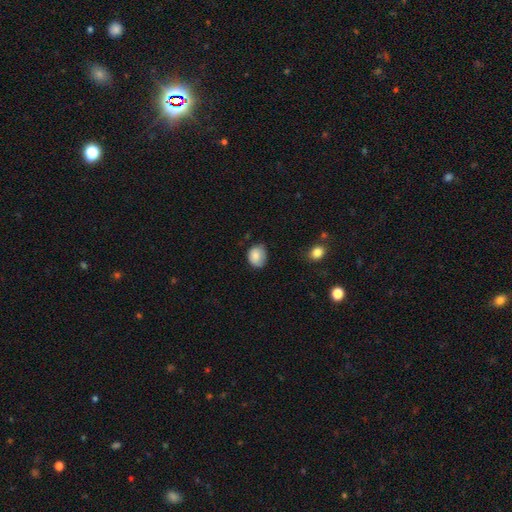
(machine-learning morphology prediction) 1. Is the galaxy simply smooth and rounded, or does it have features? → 82% smooth, 10% featured or disk, 8% star or artifact.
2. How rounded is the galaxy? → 50% in between, 49% round, 1% cigar-shaped.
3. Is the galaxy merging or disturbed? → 57% none, 34% minor disturbance, 7% major disturbance, 2% merger.